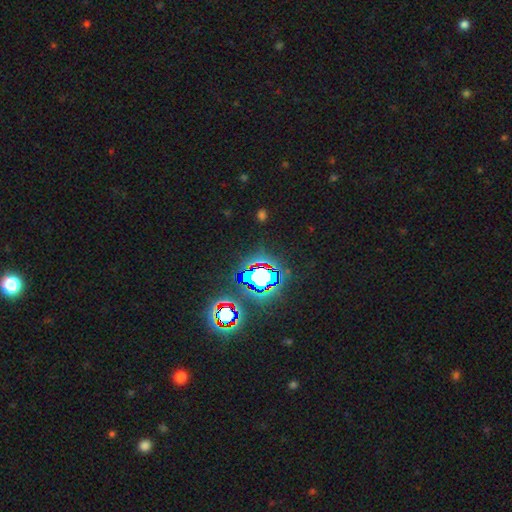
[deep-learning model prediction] The model was most divided on "smooth or featured": star or artifact: 82%, smooth: 11%, featured or disk: 7%.